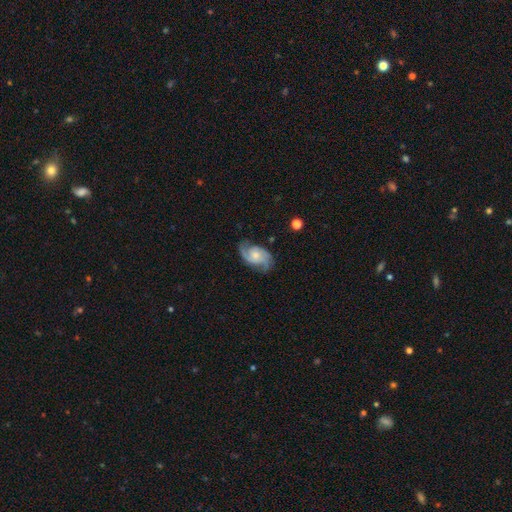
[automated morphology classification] featured or disk 83%, smooth 12%, star or artifact 6%. Down the decision tree: edge-on disk — no (97%); bar — no (66%); spiral arms — yes (97%); spiral arm count — 2 (71%); spiral winding — medium (51%); bulge size — small (44%); merging — none (73%).